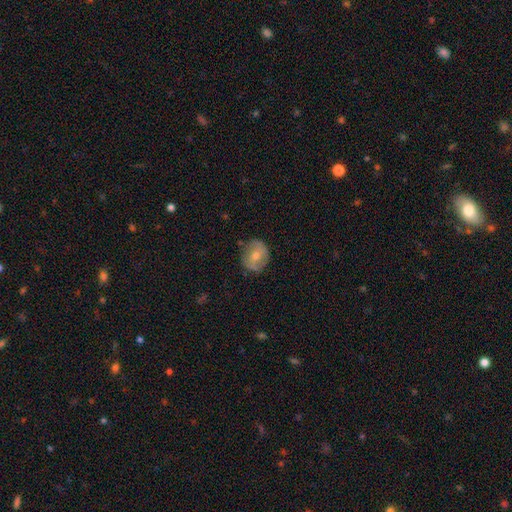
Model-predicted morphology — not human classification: This is possibly a featured or disk galaxy (46%). Merging: likely none (78%).